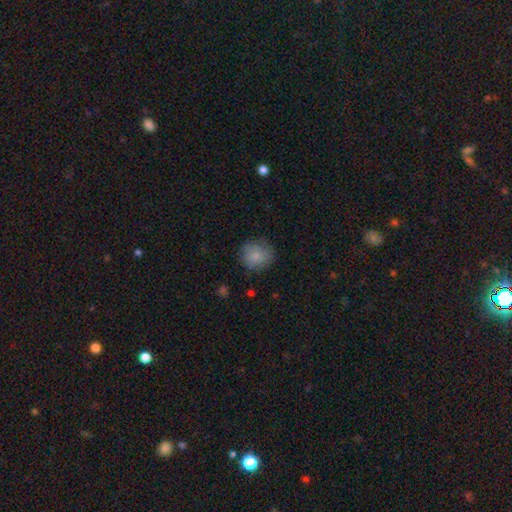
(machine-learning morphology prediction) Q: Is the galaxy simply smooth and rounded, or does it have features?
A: smooth — 82%.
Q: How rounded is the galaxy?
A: round — 87%.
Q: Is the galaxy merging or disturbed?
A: none — 76%.